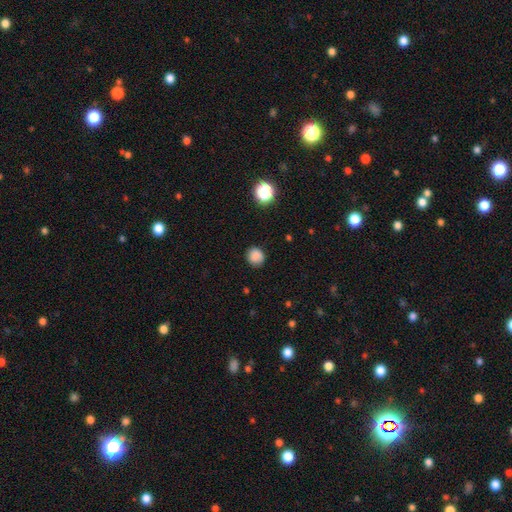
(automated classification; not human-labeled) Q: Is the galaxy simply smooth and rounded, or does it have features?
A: smooth — 84%.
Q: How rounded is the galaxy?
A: round — 83%.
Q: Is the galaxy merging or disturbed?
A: none — 82%.